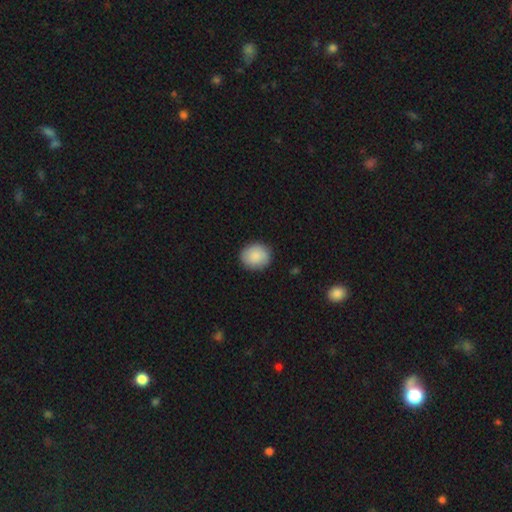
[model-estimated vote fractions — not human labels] Overall: smooth (88%). How rounded: round (73%). Merging: none (88%).